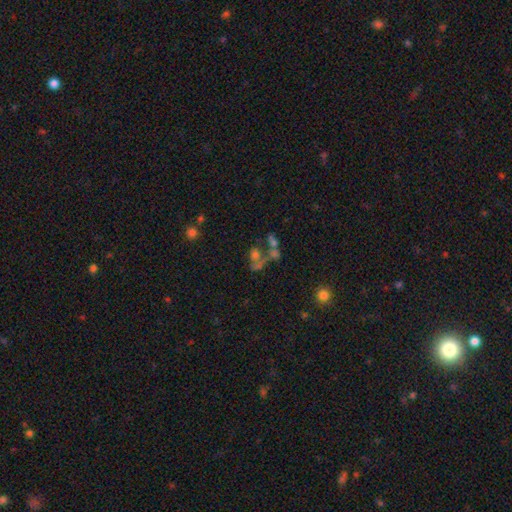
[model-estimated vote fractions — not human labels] Q: Smooth or featured?
A: smooth (39%); runner-up: star or artifact (30%)
Q: Merging?
A: merger (43%); runner-up: none (29%)